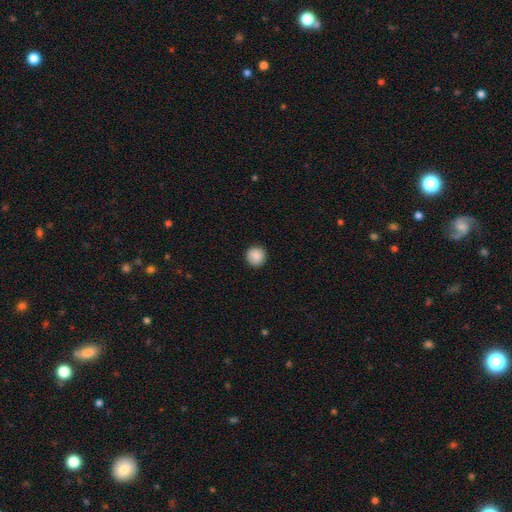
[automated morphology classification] Smooth or featured? Predicted: smooth (p=0.89). How rounded? Predicted: round (p=0.96). Merging? Predicted: none (p=0.92).